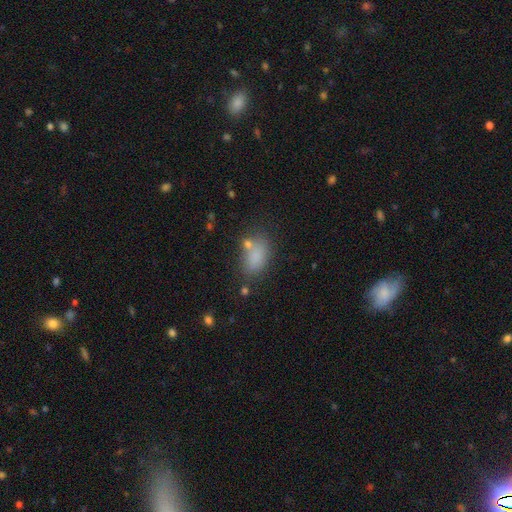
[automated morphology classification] Smooth or featured: smooth — 79% (star or artifact — 12%)
How rounded: in between — 85% (round — 13%)
Merging: none — 63% (minor disturbance — 18%)